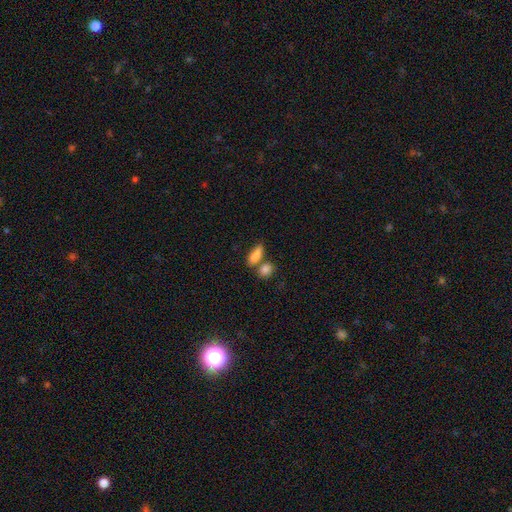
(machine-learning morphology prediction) A smooth galaxy with no disk features (85%) that is in between round and cigar-shaped (75%).

Vote fractions:
- Smooth or featured? smooth: 85% / star or artifact: 8% / featured or disk: 7%
- How rounded? in between: 75% / cigar-shaped: 18% / round: 7%
- Merging? none: 47% / merger: 35% / minor disturbance: 13% / major disturbance: 5%